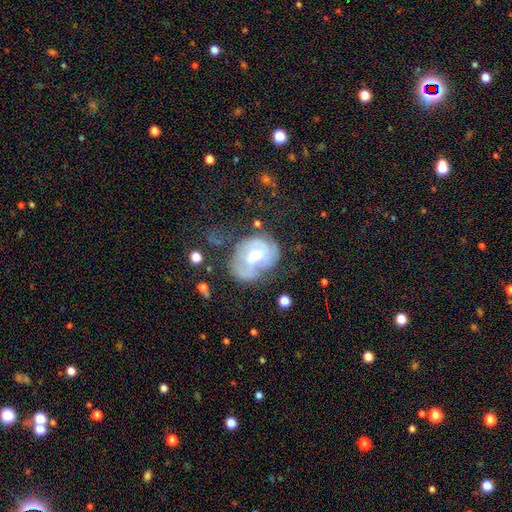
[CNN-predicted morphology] The model was most divided on "merging": none: 44%, minor disturbance: 26%, major disturbance: 24%, merger: 5%. More confident: edge-on disk — no (96%); bulge size — moderate (72%); smooth or featured — featured or disk (67%); spiral arms — yes (65%); bar — no (56%).